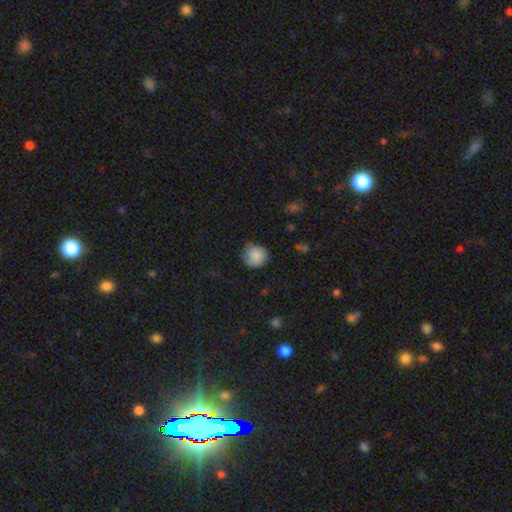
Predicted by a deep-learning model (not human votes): A smooth galaxy with no disk features (82%) that is round (89%). Merging: none (67%).